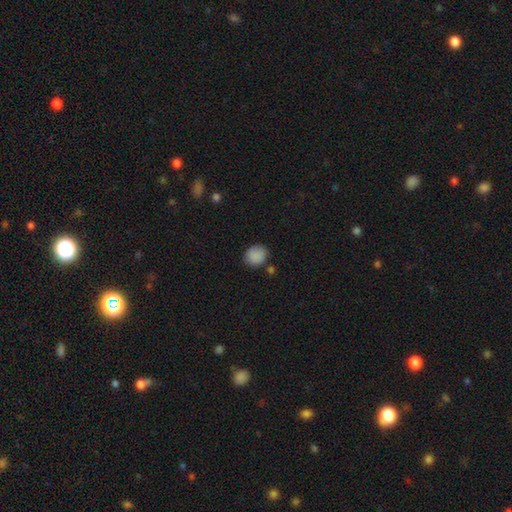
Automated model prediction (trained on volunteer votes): smooth_or_featured: smooth (p=0.88) [alt: star or artifact p=0.09]
how_rounded: round (p=0.72) [alt: in between p=0.27]
merging: none (p=0.80) [alt: minor disturbance p=0.13]